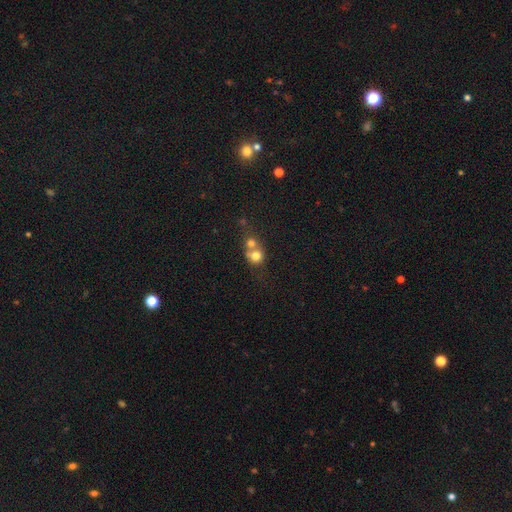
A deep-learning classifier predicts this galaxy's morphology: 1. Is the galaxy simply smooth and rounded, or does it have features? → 73% smooth, 16% featured or disk, 11% star or artifact.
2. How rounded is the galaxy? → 80% round, 19% in between, 1% cigar-shaped.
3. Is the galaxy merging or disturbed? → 64% merger, 28% none, 6% minor disturbance, 3% major disturbance.